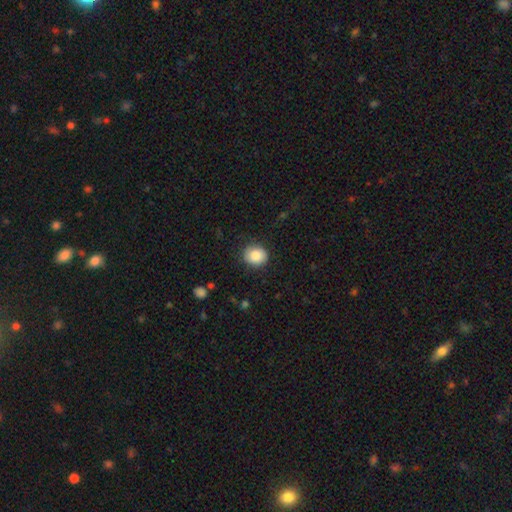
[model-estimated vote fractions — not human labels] Smooth or featured: smooth — 86% (star or artifact — 8%)
How rounded: round — 72% (in between — 27%)
Merging: none — 84% (minor disturbance — 12%)